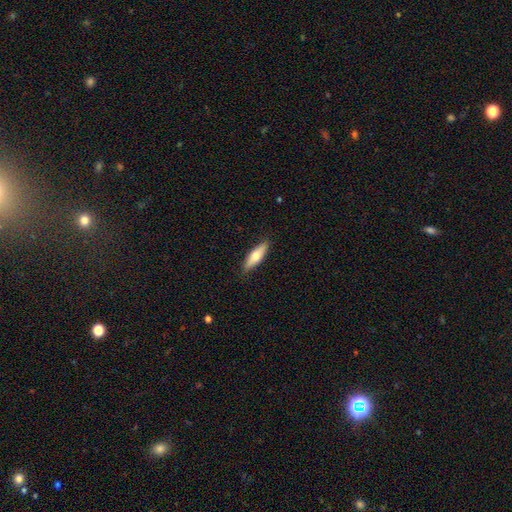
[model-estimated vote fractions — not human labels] Q: Smooth or featured?
A: smooth (62%); runner-up: featured or disk (33%)
Q: How rounded?
A: cigar-shaped (51%); runner-up: in between (47%)
Q: Merging?
A: none (86%); runner-up: minor disturbance (11%)